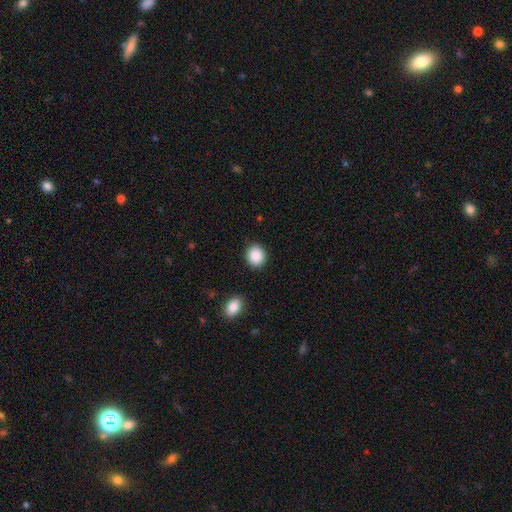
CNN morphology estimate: This is clearly a smooth galaxy (90%). How rounded: likely round (76%). Merging: clearly none (90%).